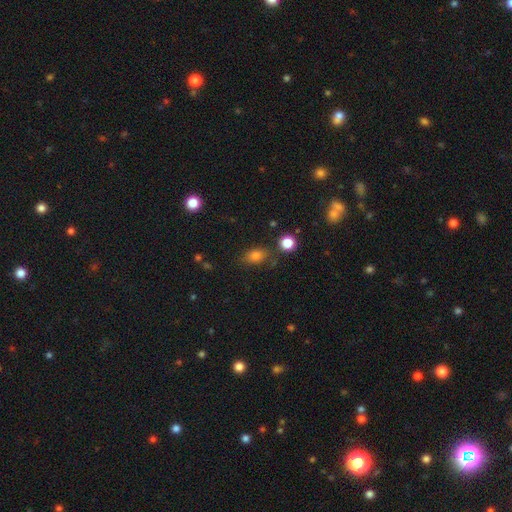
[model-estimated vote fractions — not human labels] This is likely a smooth galaxy (79%). How rounded: likely in between (72%). Merging: likely none (71%).